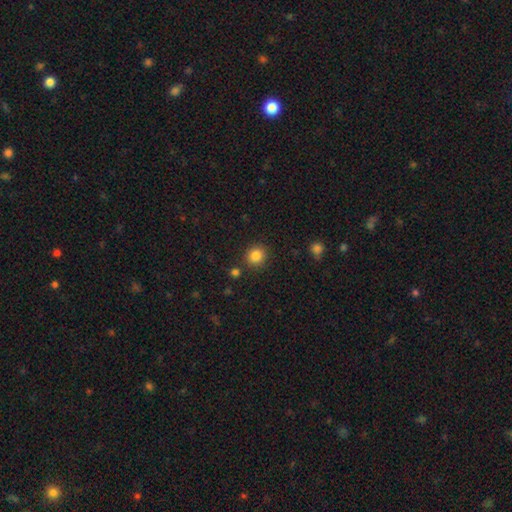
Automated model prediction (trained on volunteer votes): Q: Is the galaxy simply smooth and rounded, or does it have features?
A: smooth — 85%.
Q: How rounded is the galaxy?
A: round — 85%.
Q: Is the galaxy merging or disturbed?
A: none — 85%.